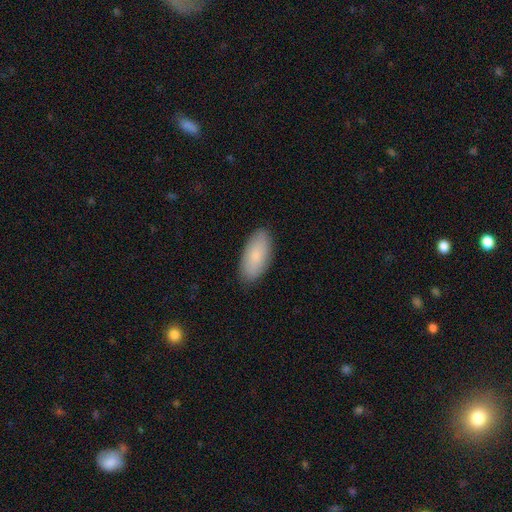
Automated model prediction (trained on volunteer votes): Smooth or featured? smooth (81%)
How rounded? in between (92%)
Merging? none (87%)